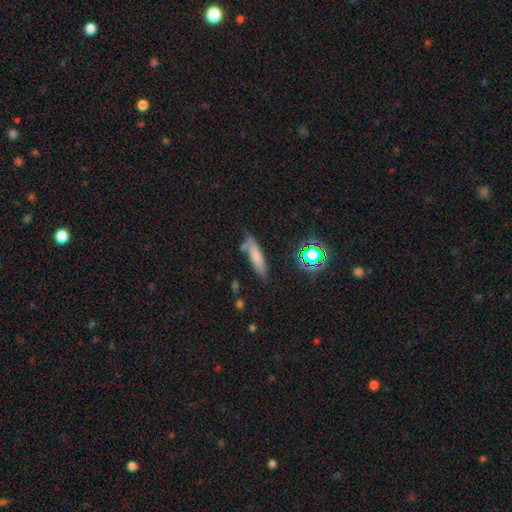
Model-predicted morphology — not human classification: This is likely a smooth galaxy (69%). How rounded: likely cigar-shaped (73%). Merging: likely none (66%).